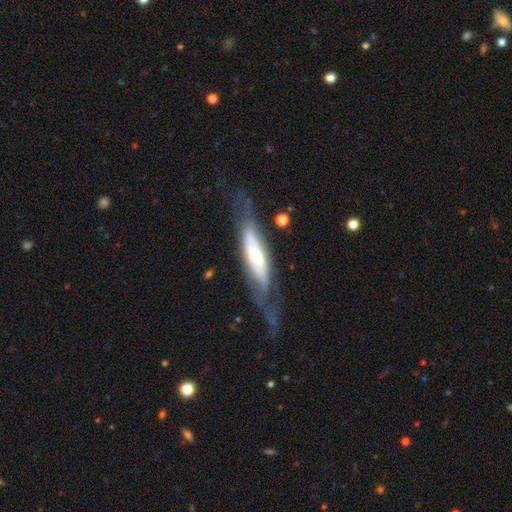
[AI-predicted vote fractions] This appears to be a featured or disk galaxy (61%). Merging: none (51%).